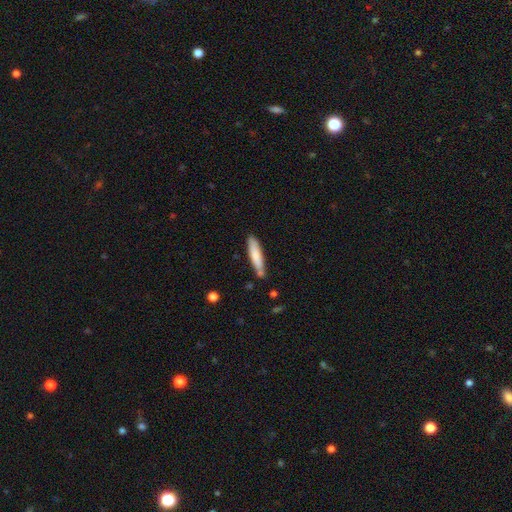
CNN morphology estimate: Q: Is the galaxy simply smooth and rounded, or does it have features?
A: smooth — 77%.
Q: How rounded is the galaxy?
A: cigar-shaped — 85%.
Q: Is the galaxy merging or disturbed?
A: none — 74%.